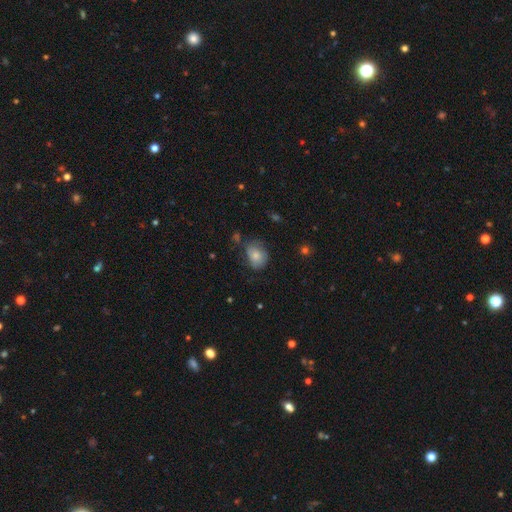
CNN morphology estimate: A smooth galaxy with no disk features (76%) that is in between round and cigar-shaped (62%). Merging: none (56%).